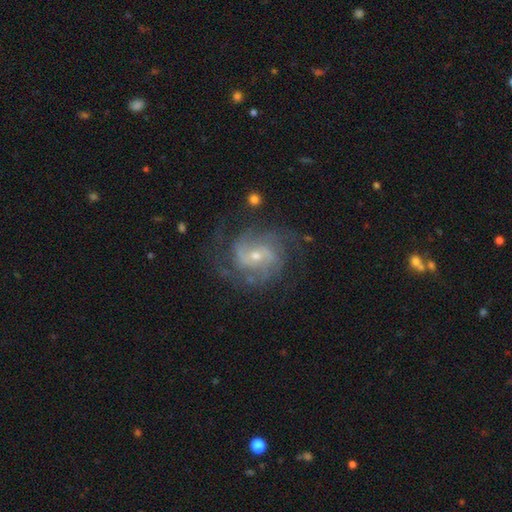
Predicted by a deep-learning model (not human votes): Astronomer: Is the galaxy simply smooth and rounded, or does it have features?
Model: featured or disk — 87%.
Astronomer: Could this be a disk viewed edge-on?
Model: no — 98%.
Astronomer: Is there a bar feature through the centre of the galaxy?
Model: no — 48% (runner-up: weak, 41%).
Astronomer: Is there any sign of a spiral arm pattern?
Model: yes — 96%.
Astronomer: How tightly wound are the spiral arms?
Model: medium — 46% (runner-up: tight, 40%).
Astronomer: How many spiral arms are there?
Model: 2 — 38% (runner-up: 3, 22%).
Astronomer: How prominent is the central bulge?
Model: small — 64%.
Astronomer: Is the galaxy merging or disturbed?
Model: none — 70%.